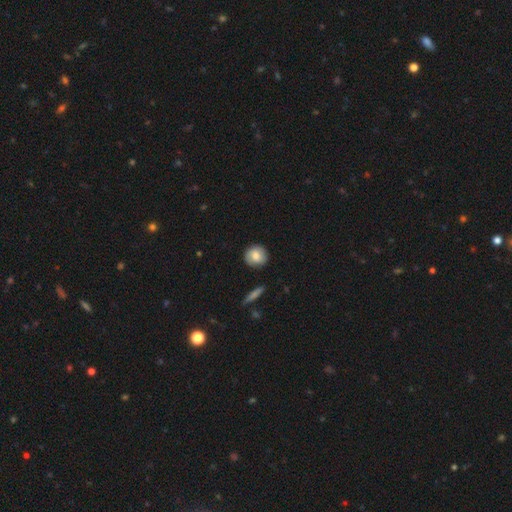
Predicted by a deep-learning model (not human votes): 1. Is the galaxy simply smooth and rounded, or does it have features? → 78% smooth, 15% featured or disk, 7% star or artifact.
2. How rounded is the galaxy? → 88% round, 11% in between, 1% cigar-shaped.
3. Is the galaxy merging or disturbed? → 87% none, 10% minor disturbance, 2% major disturbance, 2% merger.